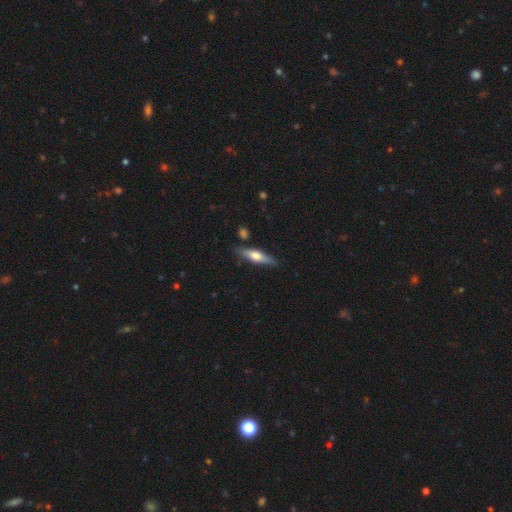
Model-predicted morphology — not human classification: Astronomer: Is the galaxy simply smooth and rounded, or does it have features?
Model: smooth — 48% (runner-up: featured or disk, 46%).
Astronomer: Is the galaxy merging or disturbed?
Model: none — 81%.